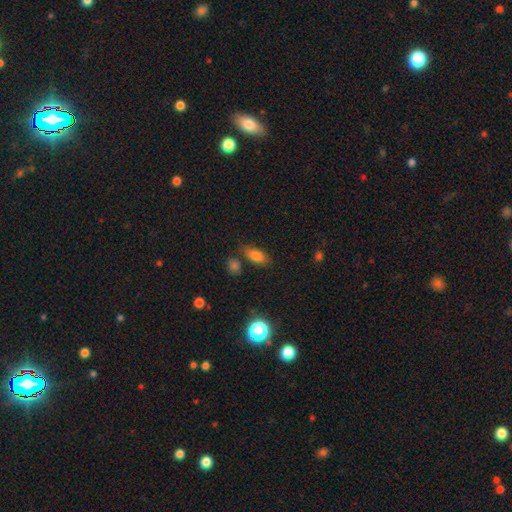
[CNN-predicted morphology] Smooth or featured? Predicted: smooth (p=0.80). How rounded? Predicted: in between (p=0.84). Merging? Predicted: none (p=0.73).